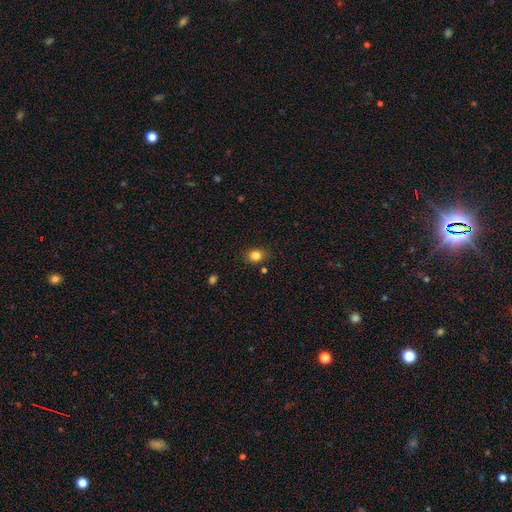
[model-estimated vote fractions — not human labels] Smooth or featured?
  - smooth: 83% *
  - star or artifact: 11%
  - featured or disk: 6%
How rounded?
  - round: 52% *
  - in between: 47%
  - cigar-shaped: 1%
Merging?
  - none: 83% *
  - minor disturbance: 12%
  - major disturbance: 3%
  - merger: 2%